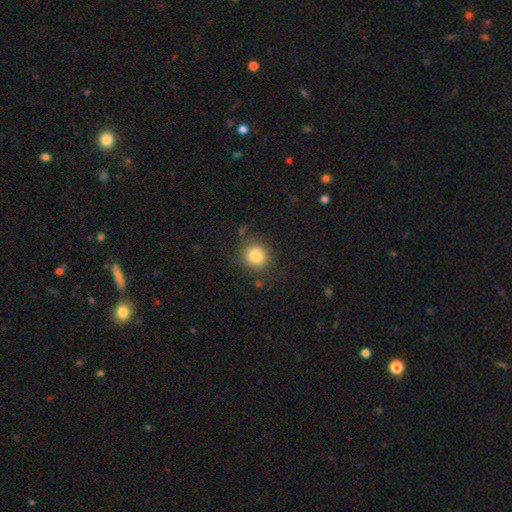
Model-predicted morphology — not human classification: This appears to be a smooth galaxy with no disk features (83%) that is round (86%). Merging: none (83%).